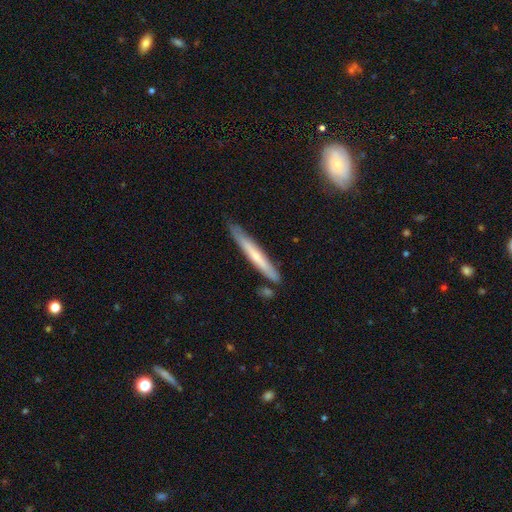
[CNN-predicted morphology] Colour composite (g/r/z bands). It shows a smooth galaxy with no disk features (53%) that is cigar-shaped (95%). Merging: none (80%).